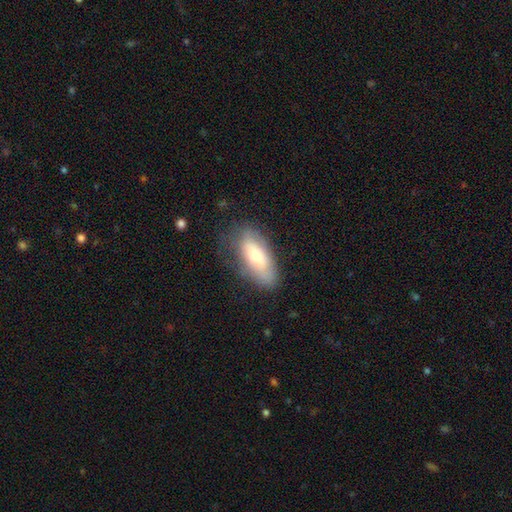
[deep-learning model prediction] A smooth galaxy with no disk features (64%) that is in between round and cigar-shaped (80%).

Vote fractions:
- Smooth or featured? smooth: 64% / featured or disk: 29% / star or artifact: 7%
- How rounded? in between: 80% / cigar-shaped: 17% / round: 3%
- Merging? none: 69% / minor disturbance: 22% / major disturbance: 8% / merger: 2%